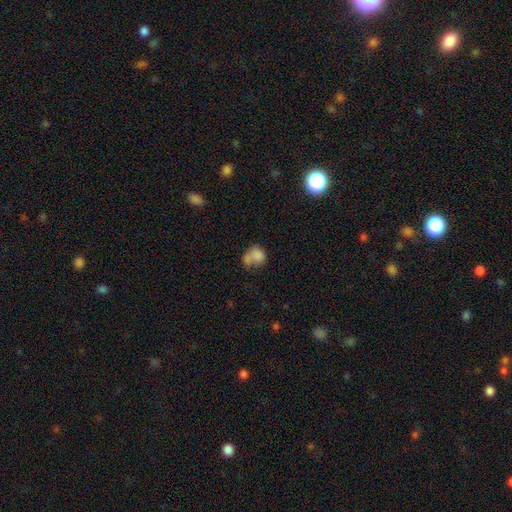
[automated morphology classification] Smooth or featured? smooth (77%)
How rounded? round (63%)
Merging? none (32%)